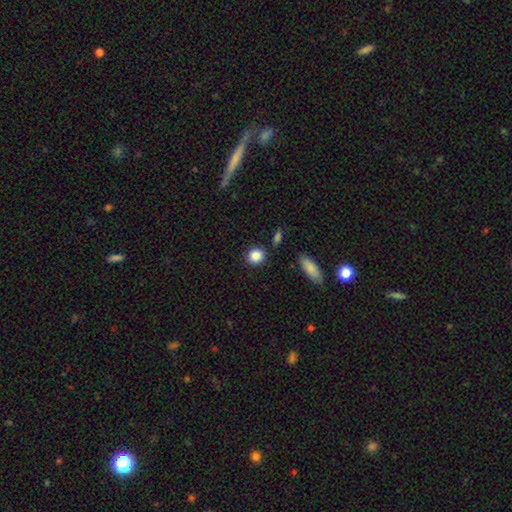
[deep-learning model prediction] Smooth or featured? smooth (88%)
How rounded? round (80%)
Merging? none (85%)